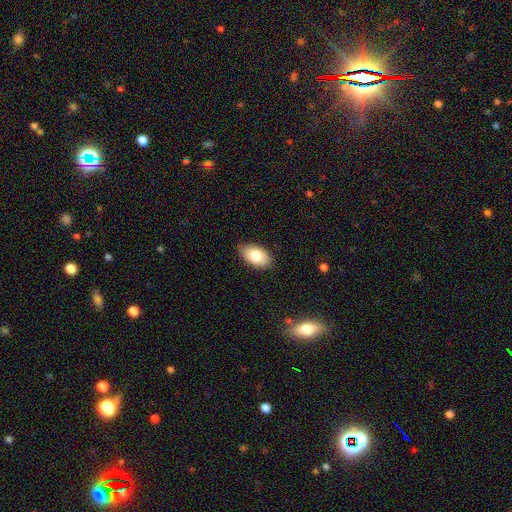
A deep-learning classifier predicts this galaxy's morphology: Smooth or featured?
  - smooth: 80% *
  - featured or disk: 12%
  - star or artifact: 7%
How rounded?
  - in between: 93% *
  - round: 6%
  - cigar-shaped: 2%
Merging?
  - none: 83% *
  - minor disturbance: 14%
  - major disturbance: 2%
  - merger: 1%